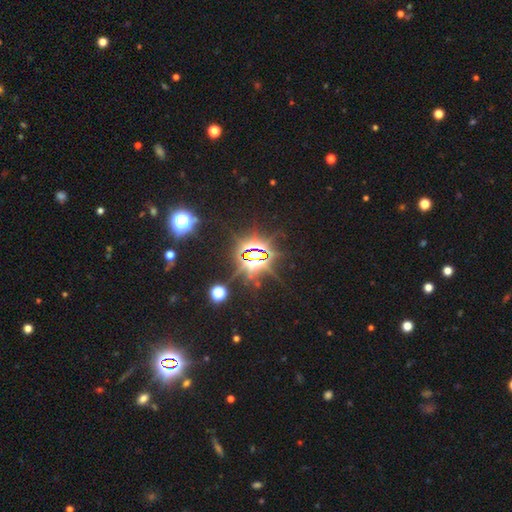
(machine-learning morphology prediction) A star or artifact, not a galaxy (84%).

Vote fractions:
- Smooth or featured? star or artifact: 84% / featured or disk: 8% / smooth: 7%